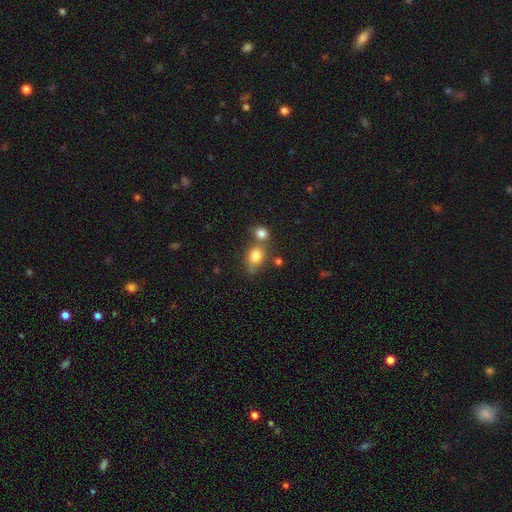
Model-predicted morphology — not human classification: Smooth or featured: smooth — 81% (star or artifact — 10%)
How rounded: in between — 60% (round — 38%)
Merging: none — 40% (merger — 36%)